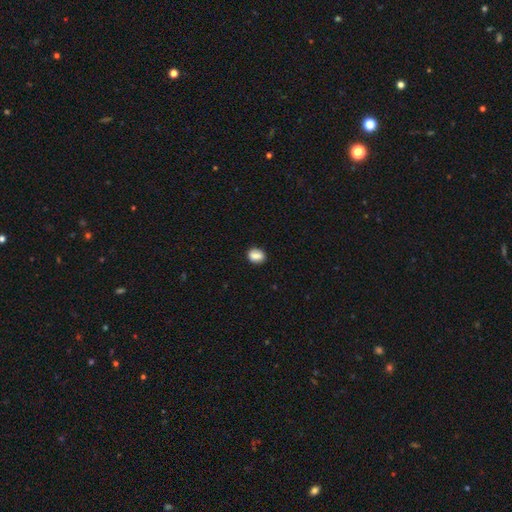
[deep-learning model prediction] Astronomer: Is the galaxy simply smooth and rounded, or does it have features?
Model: smooth — 82%.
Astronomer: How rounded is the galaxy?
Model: in between — 51% (runner-up: round, 48%).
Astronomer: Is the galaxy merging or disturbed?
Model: none — 84%.